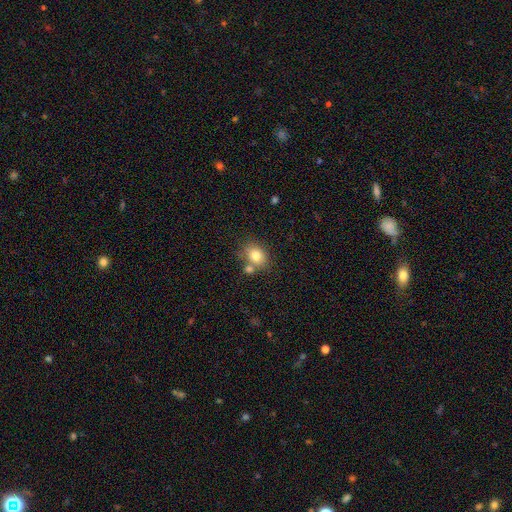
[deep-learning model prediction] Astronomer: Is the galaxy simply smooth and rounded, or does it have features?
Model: smooth — 79%.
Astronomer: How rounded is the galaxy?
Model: in between — 53% (runner-up: round, 46%).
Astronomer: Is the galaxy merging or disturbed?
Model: none — 60%.